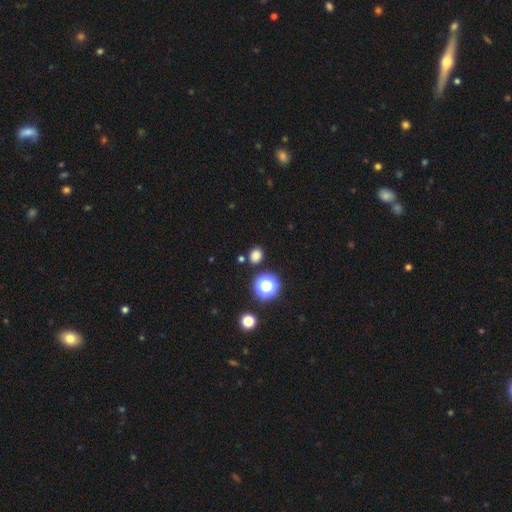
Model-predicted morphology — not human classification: Overall: smooth (77%). How rounded: round (60%; in between 39%). Merging: none (85%).